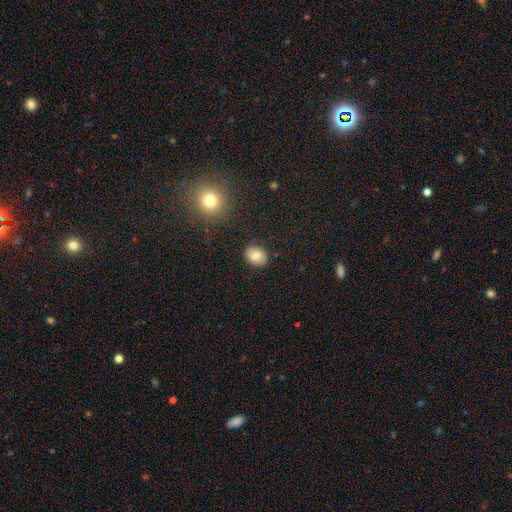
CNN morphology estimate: Overall: smooth (78%). How rounded: in between (50%; round 49%). Merging: none (87%).